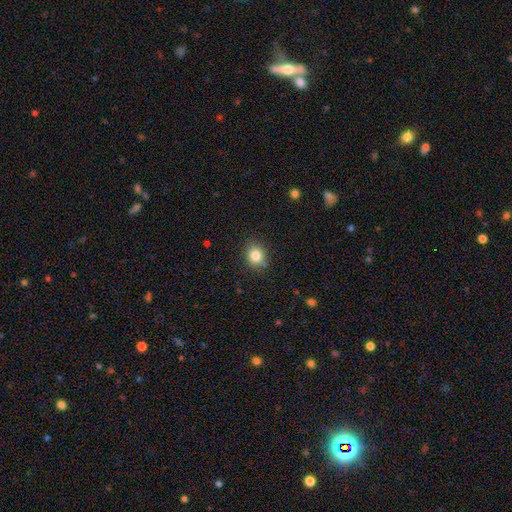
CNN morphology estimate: Q: Smooth or featured?
A: smooth (84%); runner-up: star or artifact (11%)
Q: How rounded?
A: round (64%); runner-up: in between (35%)
Q: Merging?
A: none (85%); runner-up: minor disturbance (11%)